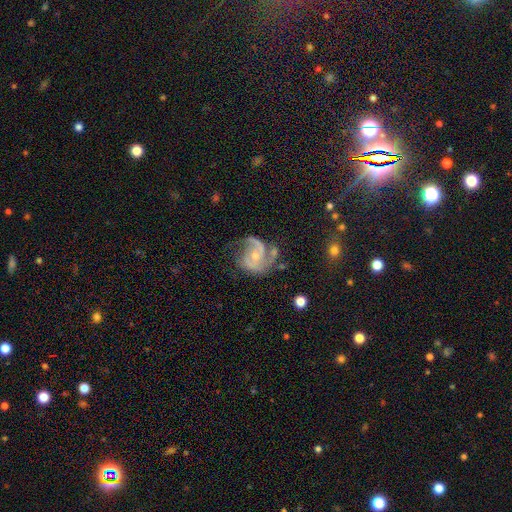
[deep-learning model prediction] smooth-or-featured: featured or disk: 87% | smooth: 7% | star or artifact: 6%
  disk-edge-on: no: 98% | yes: 2%
    bar: no: 62% | weak: 30% | strong: 8%
    has-spiral-arms: yes: 96% | no: 4%
      spiral-winding: medium: 52% | tight: 27% | loose: 21%
      spiral-arm-count: 2: 68% | 1: 11% | 3: 10% | can't tell: 7% | 4: 2% | more than 4: 2%
    bulge-size: small: 60% | moderate: 36% | none: 2% | large: 1% | dominant: 1%
  merging: none: 49% | minor disturbance: 24% | major disturbance: 21% | merger: 6%